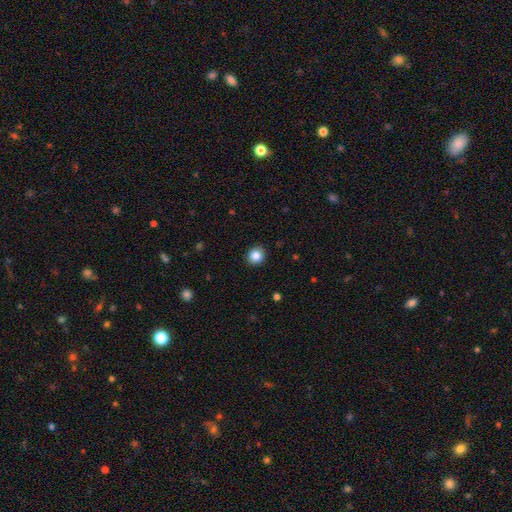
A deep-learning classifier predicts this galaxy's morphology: Q: Smooth or featured?
A: smooth (86%); runner-up: star or artifact (10%)
Q: How rounded?
A: round (86%); runner-up: in between (13%)
Q: Merging?
A: none (91%); runner-up: minor disturbance (7%)